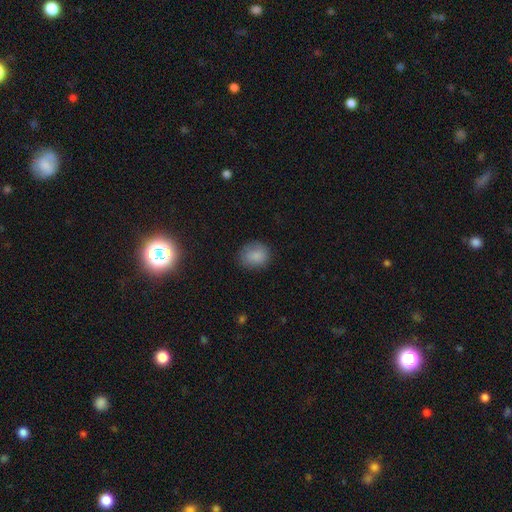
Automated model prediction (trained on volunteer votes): smooth-or-featured: smooth: 86% | star or artifact: 9% | featured or disk: 5%
  how-rounded: round: 67% | in between: 32% | cigar-shaped: 1%
  merging: none: 79% | minor disturbance: 16% | major disturbance: 4% | merger: 1%